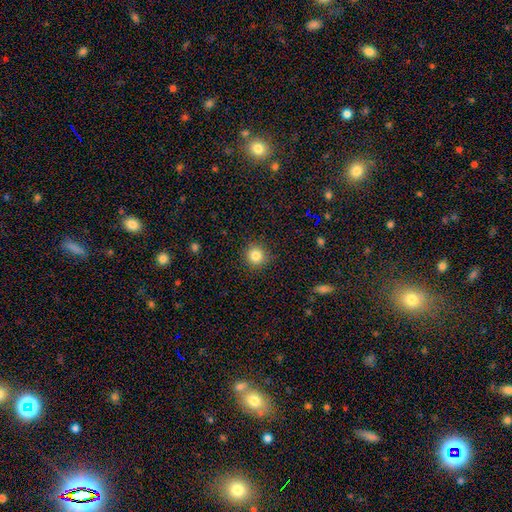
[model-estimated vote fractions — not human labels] Q: Smooth or featured?
A: smooth (83%); runner-up: star or artifact (11%)
Q: How rounded?
A: round (93%); runner-up: in between (6%)
Q: Merging?
A: none (90%); runner-up: minor disturbance (7%)